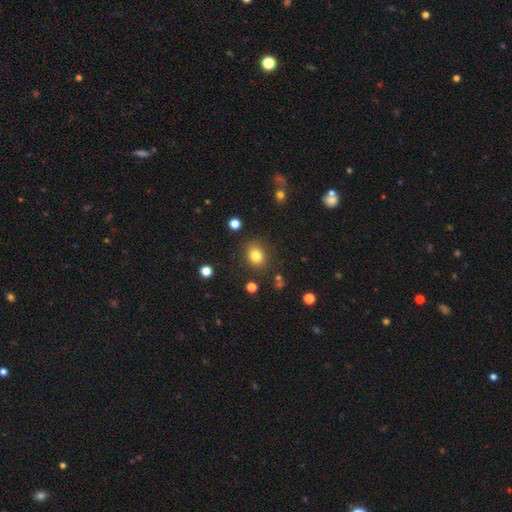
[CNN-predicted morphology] This is clearly a smooth galaxy (81%). How rounded: possibly round (59%). Merging: clearly none (85%).